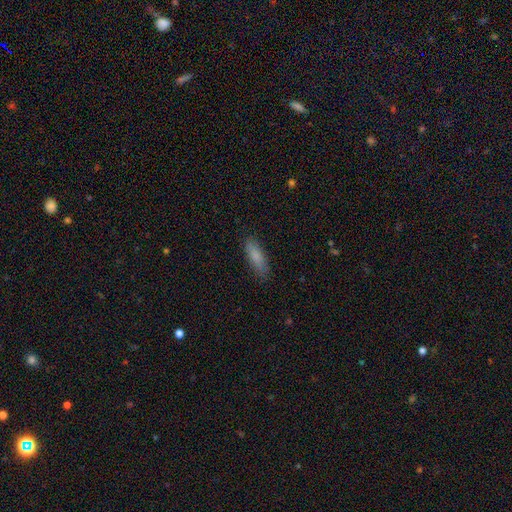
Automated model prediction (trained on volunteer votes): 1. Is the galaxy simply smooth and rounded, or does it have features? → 83% smooth, 10% featured or disk, 7% star or artifact.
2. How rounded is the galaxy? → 49% cigar-shaped (tied), 49% in between (tied), 2% round.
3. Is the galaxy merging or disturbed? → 83% none, 13% minor disturbance, 3% major disturbance, 1% merger.